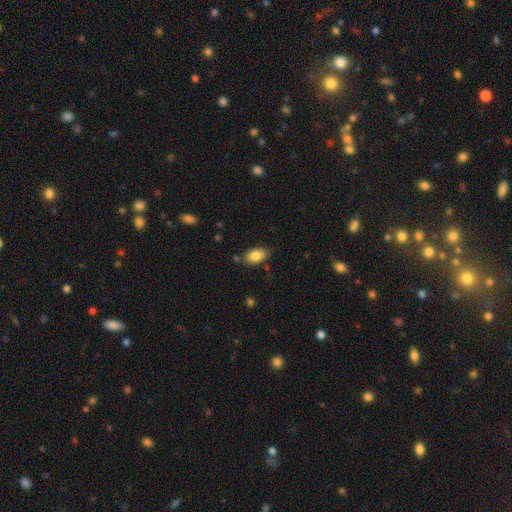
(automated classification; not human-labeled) Smooth or featured?
  - smooth: 84% *
  - featured or disk: 8%
  - star or artifact: 8%
How rounded?
  - in between: 92% *
  - round: 6%
  - cigar-shaped: 2%
Merging?
  - none: 79% *
  - minor disturbance: 14%
  - merger: 4%
  - major disturbance: 3%